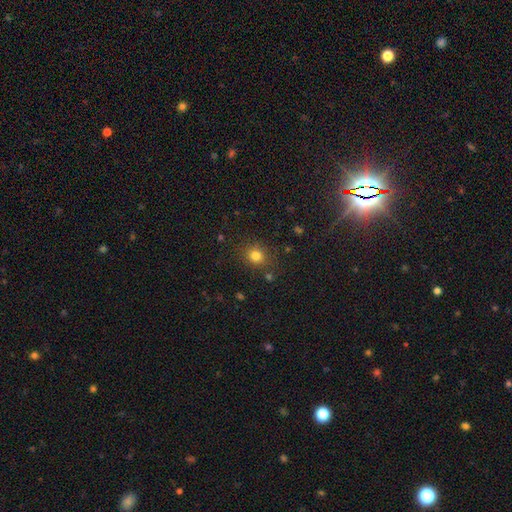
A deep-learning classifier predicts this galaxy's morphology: smooth-or-featured: smooth: 79% | star or artifact: 15% | featured or disk: 6%
  how-rounded: round: 80% | in between: 19% | cigar-shaped: 1%
  merging: none: 83% | minor disturbance: 10% | major disturbance: 4% | merger: 3%